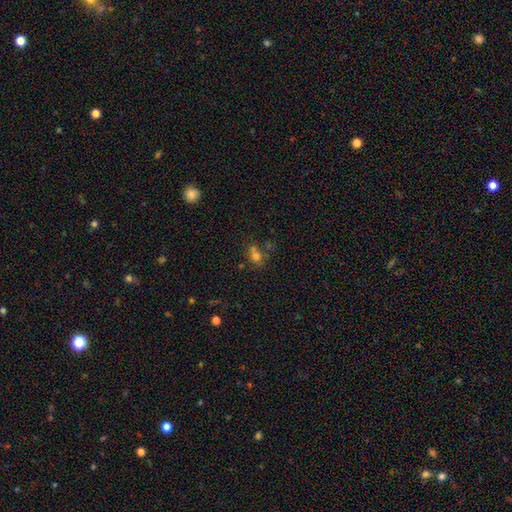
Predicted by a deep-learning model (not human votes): Smooth or featured? Predicted: smooth (p=0.66). How rounded? Predicted: round (p=0.65). Merging? Predicted: none (p=0.47).